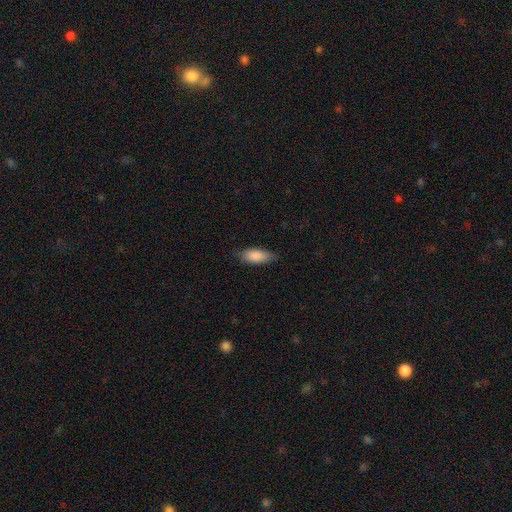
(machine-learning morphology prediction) Overall: smooth (86%). How rounded: in between (79%). Merging: none (77%).